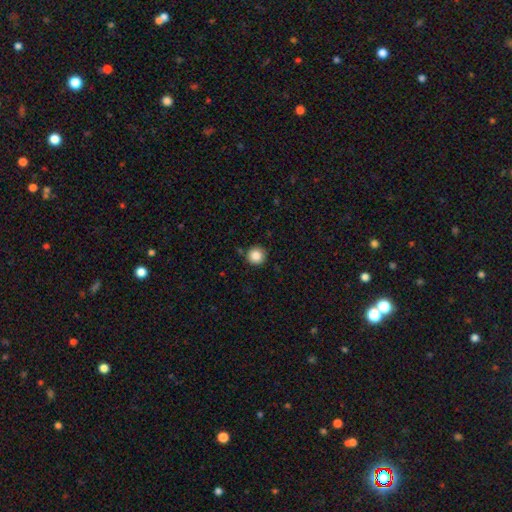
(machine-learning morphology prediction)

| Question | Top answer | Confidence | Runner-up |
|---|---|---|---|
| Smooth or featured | smooth | 87% | star or artifact (10%) |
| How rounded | round | 95% | in between (4%) |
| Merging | none | 88% | minor disturbance (7%) |